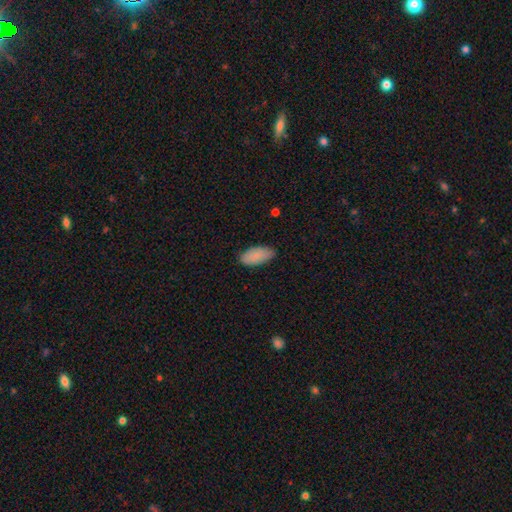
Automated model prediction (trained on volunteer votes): Smooth or featured? smooth (87%)
How rounded? in between (92%)
Merging? none (80%)